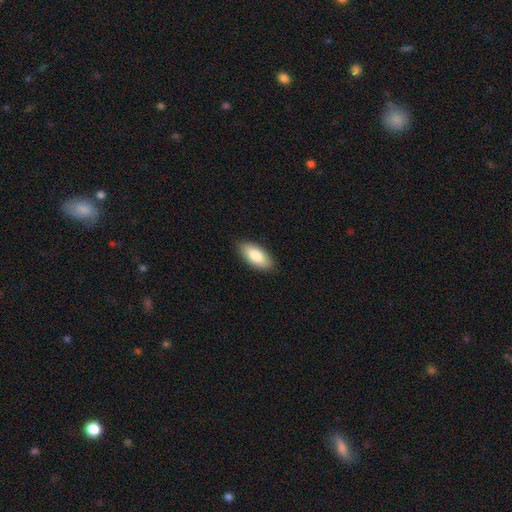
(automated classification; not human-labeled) This is clearly a smooth galaxy (83%). How rounded: clearly in between (87%). Merging: clearly none (88%).